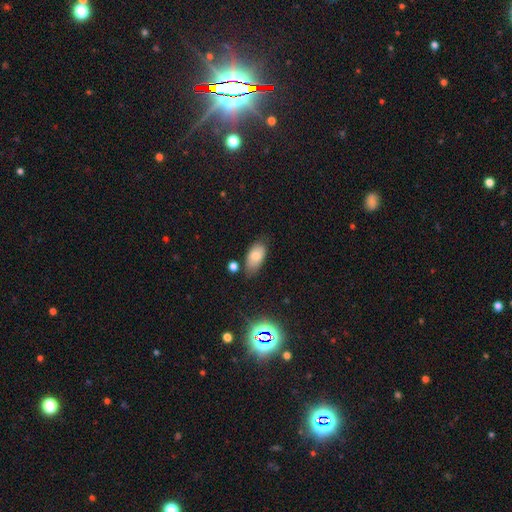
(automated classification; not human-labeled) This is likely a smooth galaxy (75%). How rounded: clearly in between (92%). Merging: likely none (67%).